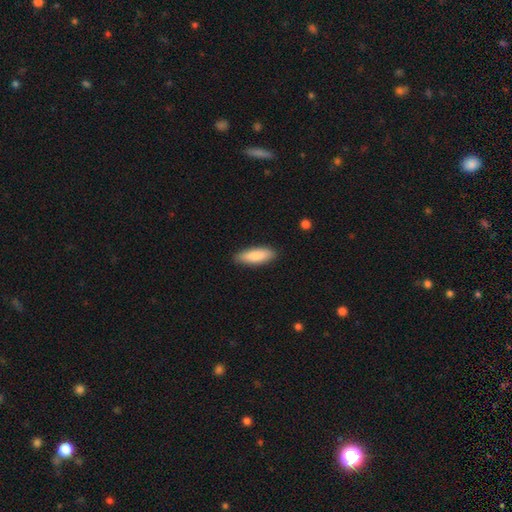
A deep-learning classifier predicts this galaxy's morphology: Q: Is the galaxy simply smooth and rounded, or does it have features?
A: smooth — 85%.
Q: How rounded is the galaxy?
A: in between — 60%.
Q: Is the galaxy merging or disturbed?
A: none — 88%.